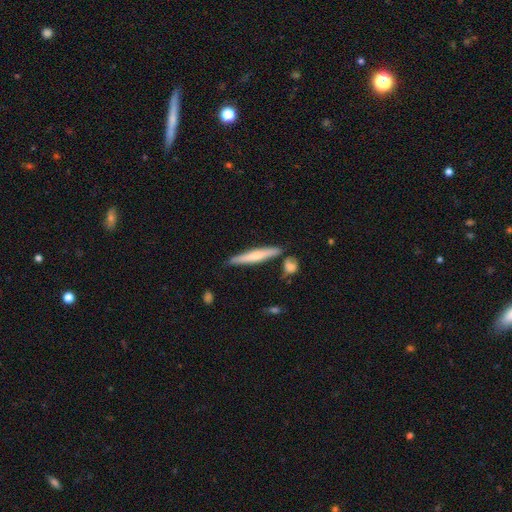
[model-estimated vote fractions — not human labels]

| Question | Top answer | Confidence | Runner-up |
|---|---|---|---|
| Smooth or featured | smooth | 52% | featured or disk (42%) |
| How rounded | cigar-shaped | 92% | in between (7%) |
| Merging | none | 78% | minor disturbance (12%) |